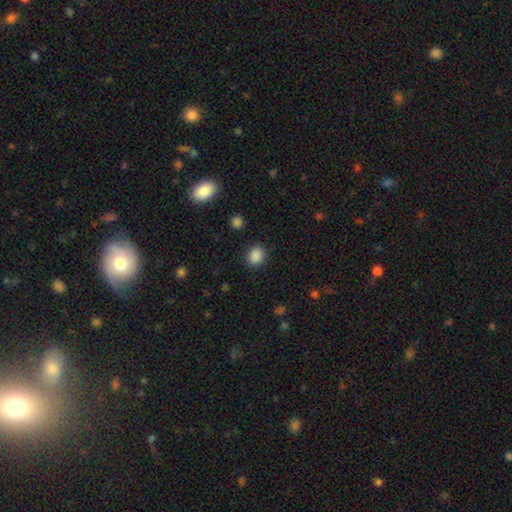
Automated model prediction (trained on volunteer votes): Smooth or featured?
  - smooth: 87% *
  - star or artifact: 10%
  - featured or disk: 3%
How rounded?
  - round: 66% *
  - in between: 33%
  - cigar-shaped: 1%
Merging?
  - none: 87% *
  - minor disturbance: 8%
  - major disturbance: 3%
  - merger: 1%